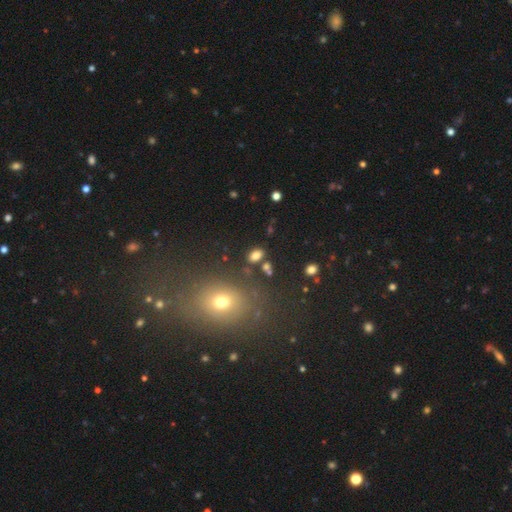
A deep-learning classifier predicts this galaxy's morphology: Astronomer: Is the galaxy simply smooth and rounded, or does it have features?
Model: smooth — 79%.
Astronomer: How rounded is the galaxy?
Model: in between — 86%.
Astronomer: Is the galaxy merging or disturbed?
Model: none — 80%.